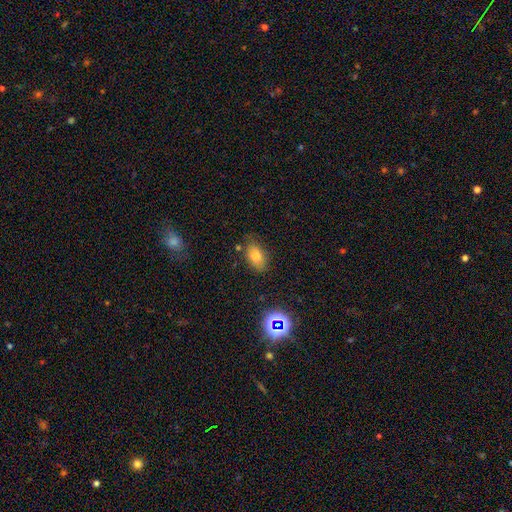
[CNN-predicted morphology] Overall: smooth (78%). How rounded: in between (88%). Merging: none (73%).